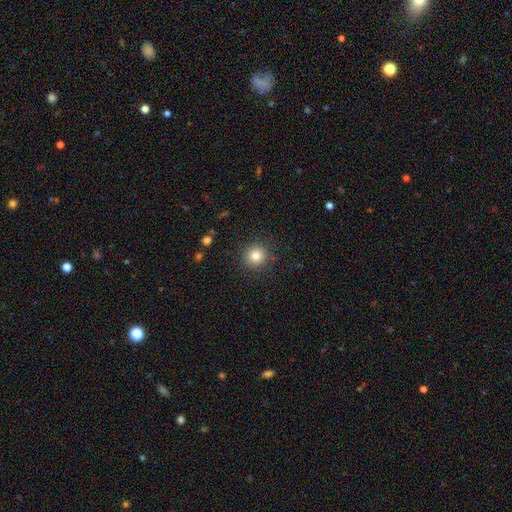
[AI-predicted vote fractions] smooth-or-featured: smooth: 83% | star or artifact: 11% | featured or disk: 6%
  how-rounded: round: 93% | in between: 6% | cigar-shaped: 1%
  merging: none: 90% | minor disturbance: 7% | major disturbance: 2% | merger: 1%